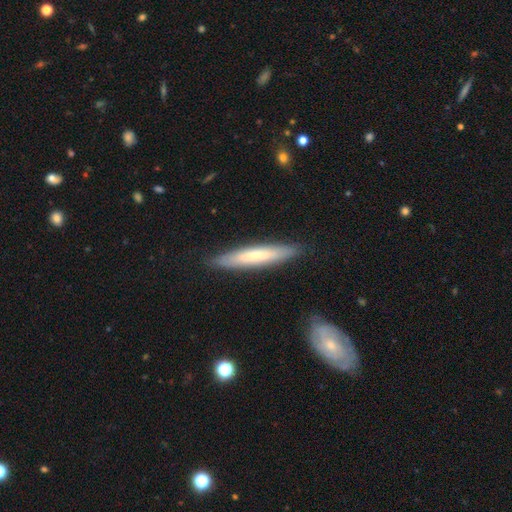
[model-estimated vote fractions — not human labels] Q: Smooth or featured?
A: smooth (59%); runner-up: featured or disk (35%)
Q: How rounded?
A: cigar-shaped (89%); runner-up: in between (10%)
Q: Merging?
A: none (87%); runner-up: minor disturbance (10%)